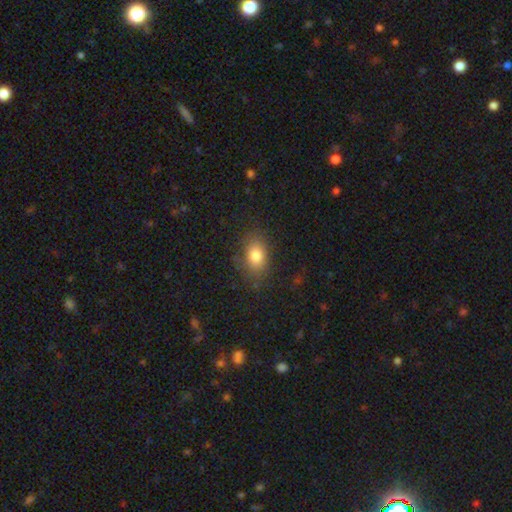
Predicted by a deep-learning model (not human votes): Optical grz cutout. It shows a smooth galaxy with no disk features (80%) that is in between round and cigar-shaped (77%). Merging: none (78%).